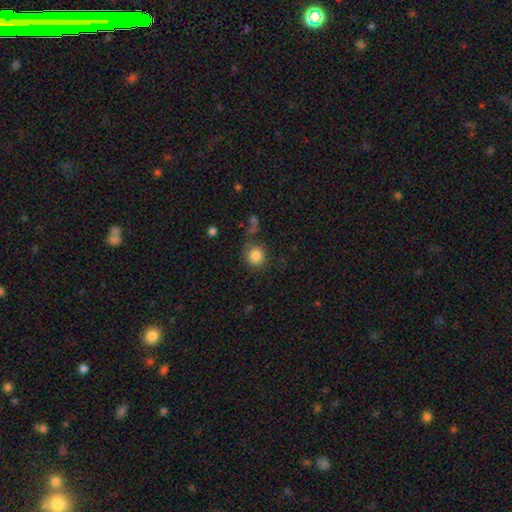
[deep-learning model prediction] This appears to be a smooth galaxy with no disk features (85%) that is round (89%). Merging: none (73%).